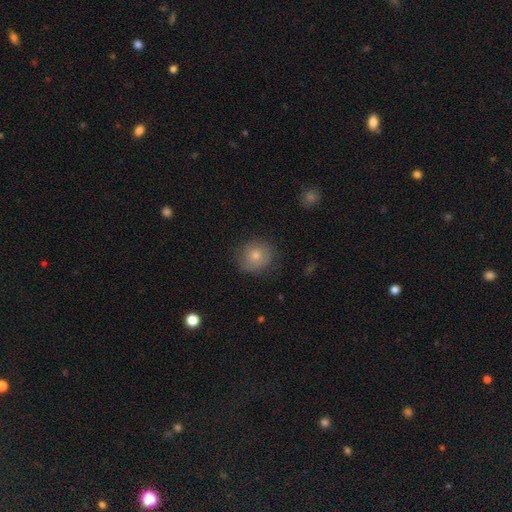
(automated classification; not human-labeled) smooth-or-featured: smooth: 64% | featured or disk: 23% | star or artifact: 13%
  how-rounded: round: 83% | in between: 16% | cigar-shaped: 1%
  merging: none: 80% | minor disturbance: 14% | major disturbance: 4% | merger: 1%